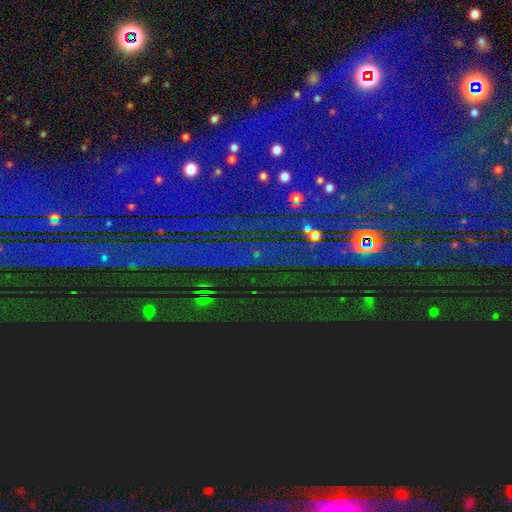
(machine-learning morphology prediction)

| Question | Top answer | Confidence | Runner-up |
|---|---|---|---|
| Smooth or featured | star or artifact | 87% | featured or disk (7%) |